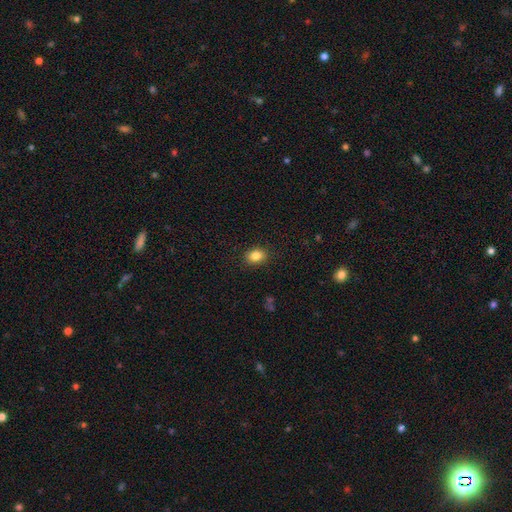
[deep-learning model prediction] The model was most divided on "how rounded": in between: 62%, round: 37%, cigar-shaped: 1%. More confident: merging — none (88%); smooth or featured — smooth (84%).